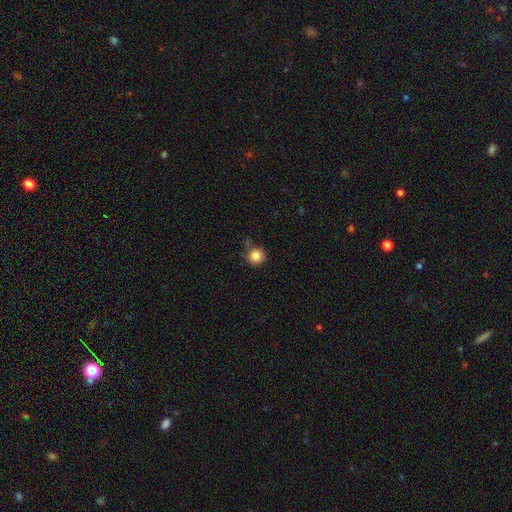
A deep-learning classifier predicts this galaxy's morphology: Smooth or featured?
  - smooth: 85% *
  - star or artifact: 10%
  - featured or disk: 5%
How rounded?
  - round: 94% *
  - in between: 5%
  - cigar-shaped: 1%
Merging?
  - none: 76% *
  - minor disturbance: 15%
  - merger: 5%
  - major disturbance: 3%